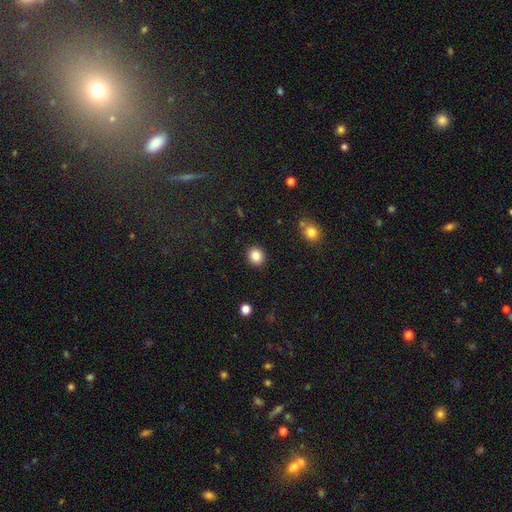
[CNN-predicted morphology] smooth_or_featured: smooth (p=0.86) [alt: star or artifact p=0.10]
how_rounded: round (p=0.80) [alt: in between p=0.19]
merging: none (p=0.91) [alt: minor disturbance p=0.06]